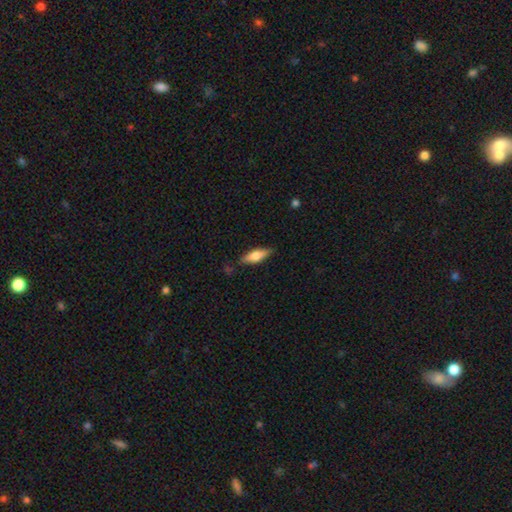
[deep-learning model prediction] Smooth or featured? smooth (62%)
How rounded? in between (52%)
Merging? none (80%)